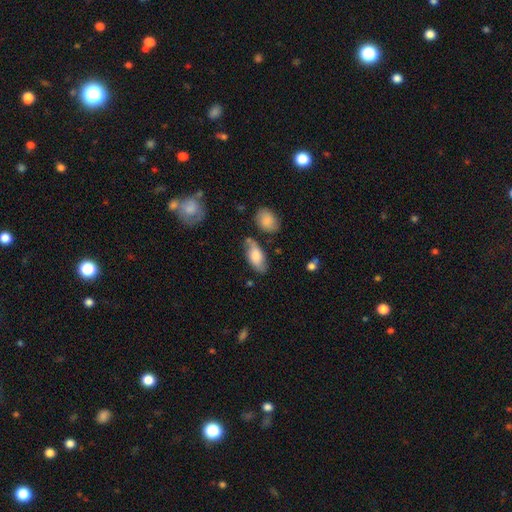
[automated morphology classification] Overall: smooth (72%). How rounded: in between (89%). Merging: none (67%).